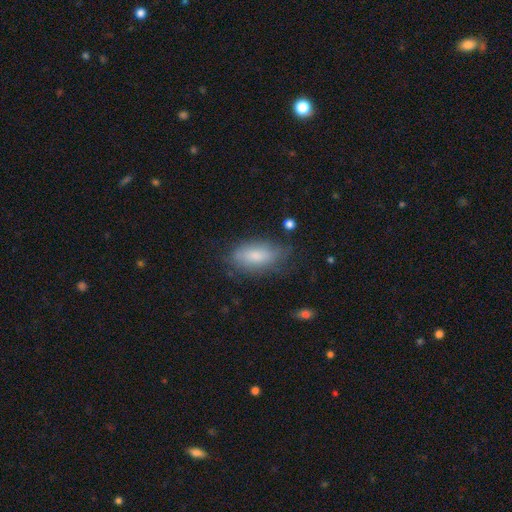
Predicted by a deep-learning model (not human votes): Q: Smooth or featured?
A: smooth (76%); runner-up: featured or disk (17%)
Q: How rounded?
A: in between (90%); runner-up: cigar-shaped (6%)
Q: Merging?
A: none (62%); runner-up: minor disturbance (26%)